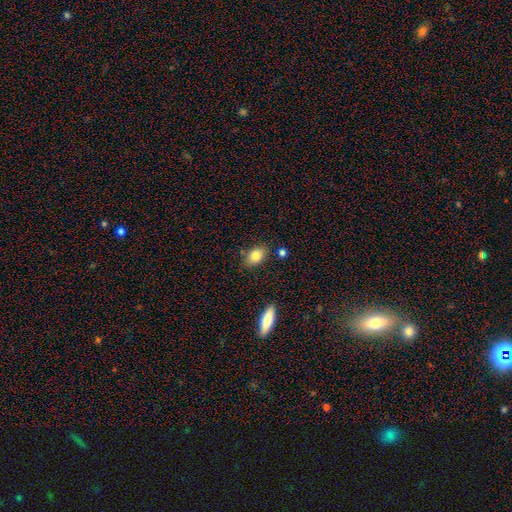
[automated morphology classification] smooth 84%, featured or disk 8%, star or artifact 8%. Down the decision tree: how rounded — in between (77%); merging — none (78%).